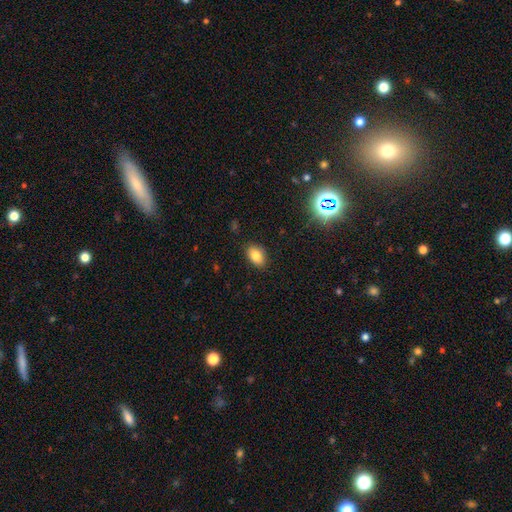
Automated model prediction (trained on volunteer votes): The model was most divided on "smooth or featured": smooth: 82%, star or artifact: 10%, featured or disk: 9%. More confident: how rounded — in between (87%); merging — none (86%).